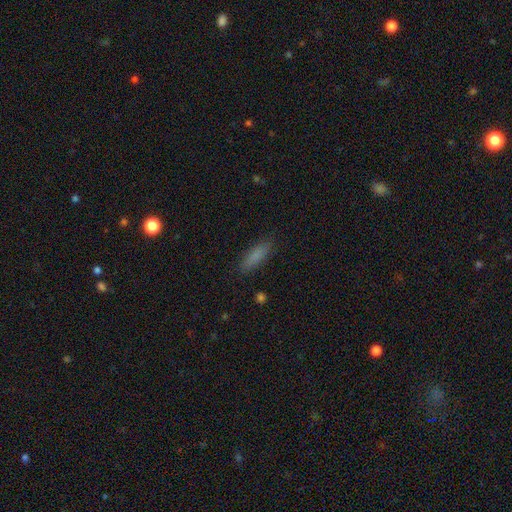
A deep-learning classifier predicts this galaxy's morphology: The model was most divided on "how rounded": cigar-shaped: 59%, in between: 39%, round: 2%. More confident: merging — none (87%); smooth or featured — smooth (82%).